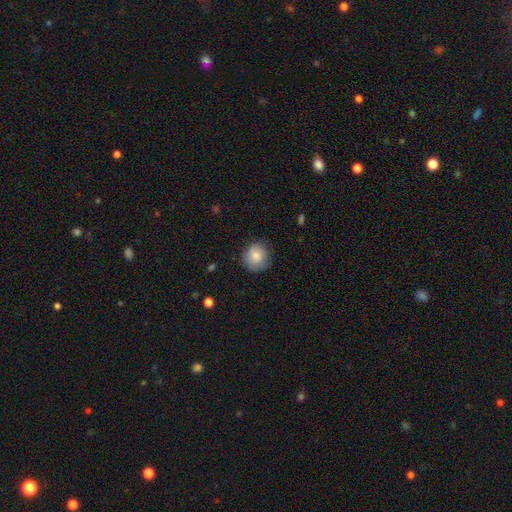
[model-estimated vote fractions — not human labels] smooth 82%, featured or disk 10%, star or artifact 7%. Down the decision tree: how rounded — round (87%); merging — none (80%).